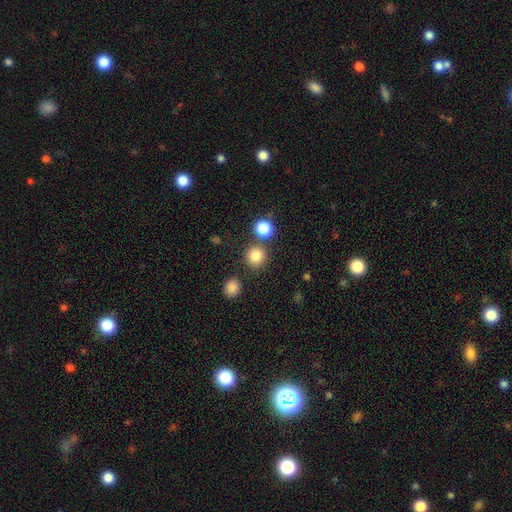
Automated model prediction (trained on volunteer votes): Morphology: type=smooth (83%); roundness=round (92%); merging=none (78%).